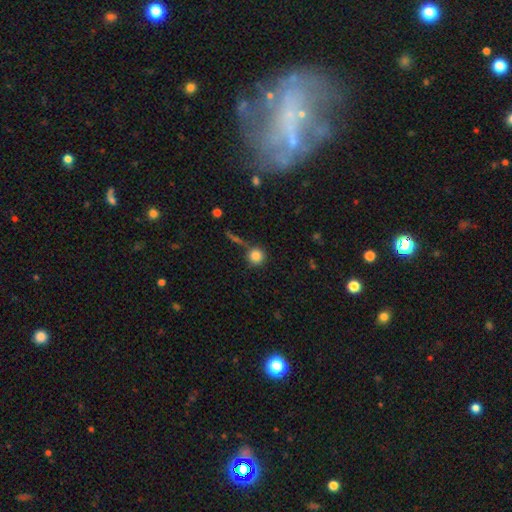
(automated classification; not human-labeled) Smooth or featured?
  - smooth: 83% *
  - star or artifact: 10%
  - featured or disk: 7%
How rounded?
  - round: 93% *
  - in between: 5%
  - cigar-shaped: 1%
Merging?
  - none: 75% *
  - merger: 11%
  - minor disturbance: 10%
  - major disturbance: 4%